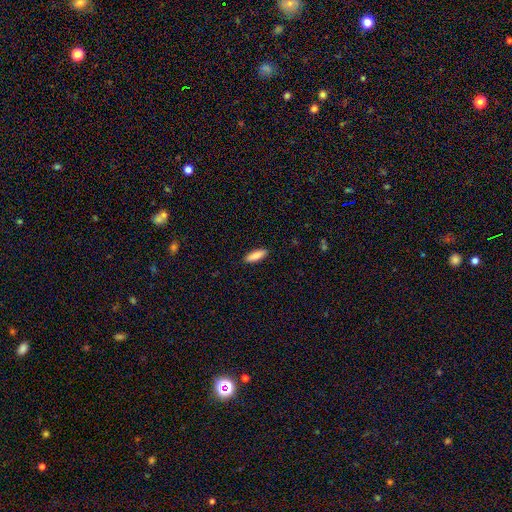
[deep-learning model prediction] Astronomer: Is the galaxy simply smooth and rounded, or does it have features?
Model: smooth — 86%.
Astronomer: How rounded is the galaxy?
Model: cigar-shaped — 50% (runner-up: in between, 49%).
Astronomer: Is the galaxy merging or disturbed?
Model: none — 90%.